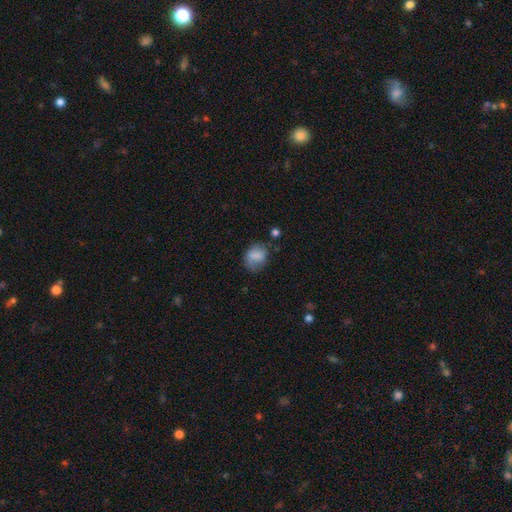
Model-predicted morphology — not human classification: smooth_or_featured: smooth (p=0.76) [alt: featured or disk p=0.14]
how_rounded: round (p=0.50) [alt: in between p=0.49]
merging: none (p=0.54) [alt: minor disturbance p=0.29]